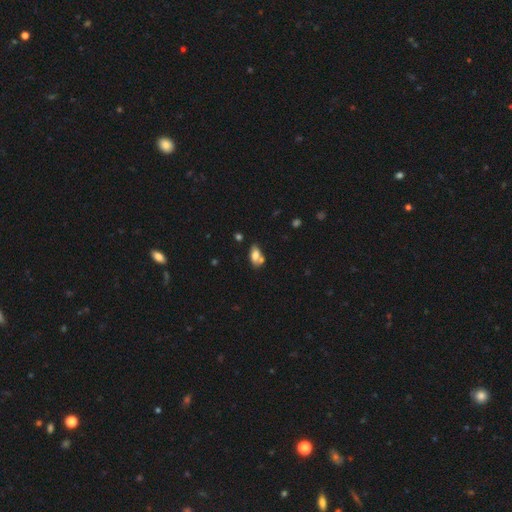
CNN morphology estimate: smooth-or-featured: smooth: 74% | featured or disk: 18% | star or artifact: 9%
  how-rounded: in between: 89% | round: 6% | cigar-shaped: 5%
  merging: none: 46% | merger: 33% | minor disturbance: 15% | major disturbance: 6%